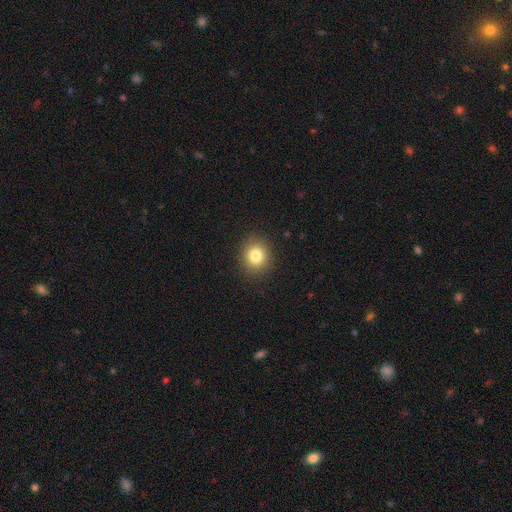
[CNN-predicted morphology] This is clearly a smooth galaxy (82%). How rounded: clearly round (83%). Merging: clearly none (90%).